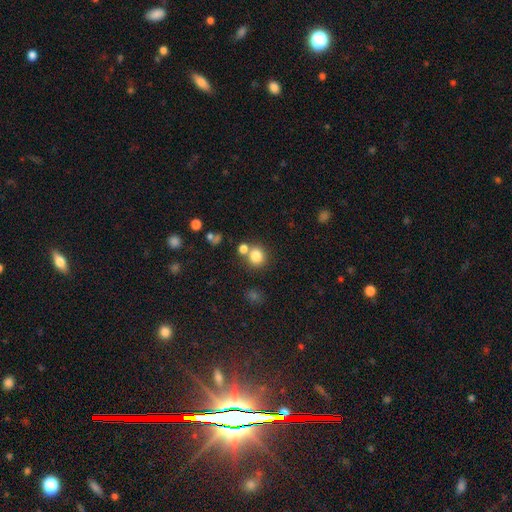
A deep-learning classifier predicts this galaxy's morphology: smooth-or-featured: smooth: 80% | star or artifact: 12% | featured or disk: 7%
  how-rounded: round: 86% | in between: 13% | cigar-shaped: 1%
  merging: none: 64% | merger: 23% | minor disturbance: 9% | major disturbance: 4%